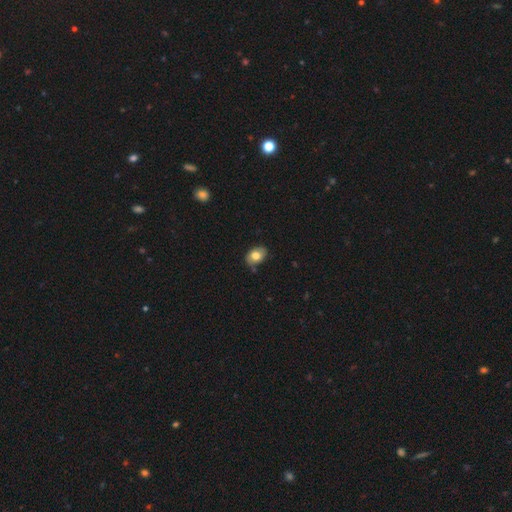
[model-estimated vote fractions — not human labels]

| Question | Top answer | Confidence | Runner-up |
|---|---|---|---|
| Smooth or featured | smooth | 75% | featured or disk (18%) |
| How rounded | in between | 76% | round (23%) |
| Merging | none | 73% | minor disturbance (21%) |